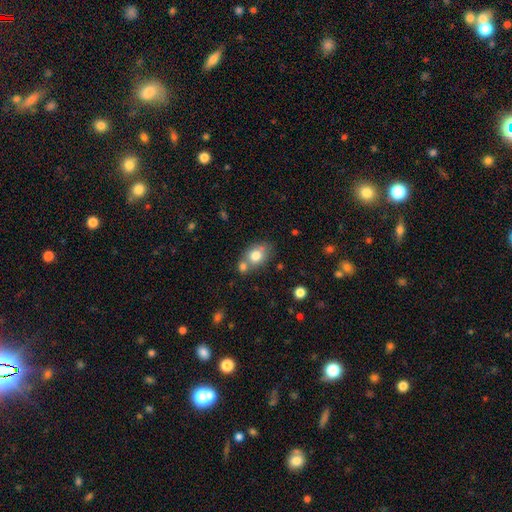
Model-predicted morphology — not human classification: Q: Smooth or featured?
A: smooth (77%); runner-up: featured or disk (14%)
Q: How rounded?
A: in between (64%); runner-up: round (35%)
Q: Merging?
A: none (49%); runner-up: merger (32%)